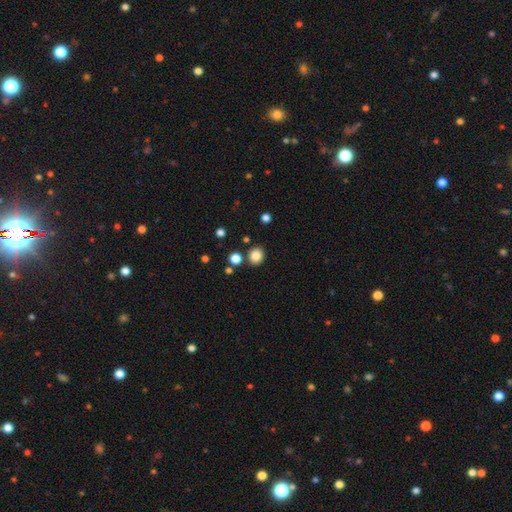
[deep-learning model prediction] This is clearly a smooth galaxy (84%). How rounded: likely round (78%). Merging: clearly none (86%).